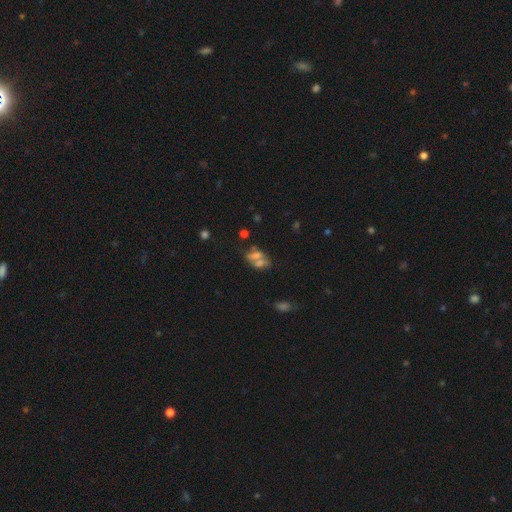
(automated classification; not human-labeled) Overall: smooth (50%; featured or disk 33%). Merging: merger (46%; none 31%).